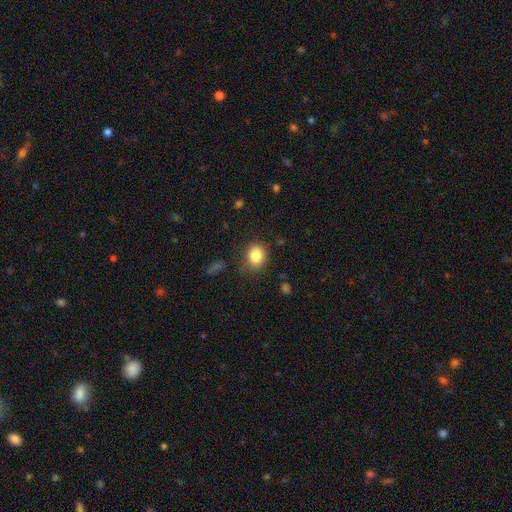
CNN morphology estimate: A smooth galaxy with no disk features (84%) that is round (63%).

Vote fractions:
- Smooth or featured? smooth: 84% / star or artifact: 10% / featured or disk: 6%
- How rounded? round: 63% / in between: 36% / cigar-shaped: 1%
- Merging? none: 80% / minor disturbance: 14% / major disturbance: 4% / merger: 2%